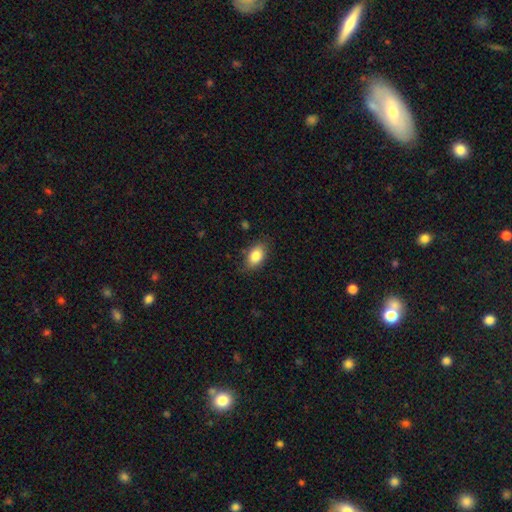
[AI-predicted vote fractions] Smooth or featured: smooth — 84% (featured or disk — 9%)
How rounded: in between — 89% (round — 9%)
Merging: none — 80% (minor disturbance — 15%)